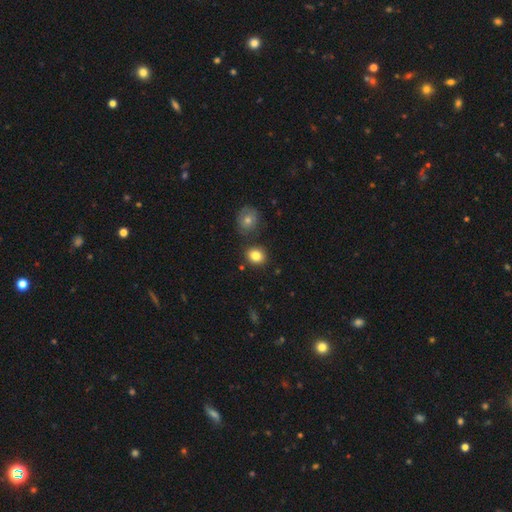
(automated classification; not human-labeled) The model was most divided on "how rounded": round: 65%, in between: 34%, cigar-shaped: 1%. More confident: smooth or featured — smooth (83%); merging — none (80%).